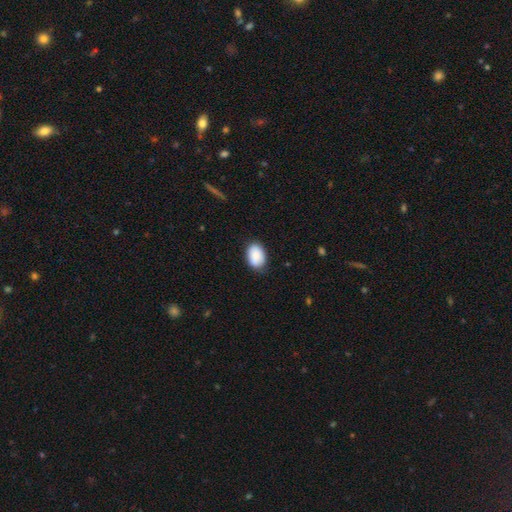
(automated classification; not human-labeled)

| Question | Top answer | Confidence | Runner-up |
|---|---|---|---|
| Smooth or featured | smooth | 87% | star or artifact (7%) |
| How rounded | in between | 86% | round (13%) |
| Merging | none | 81% | minor disturbance (16%) |